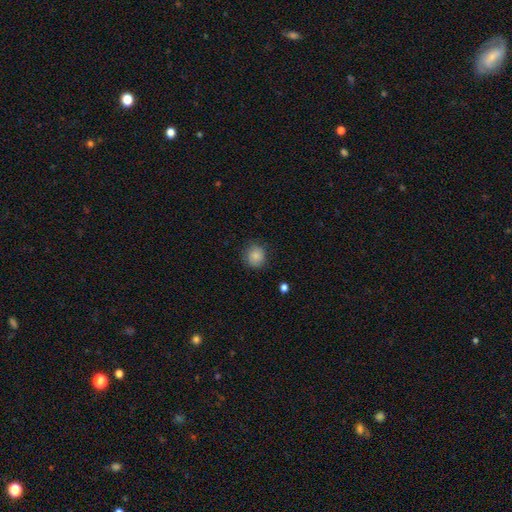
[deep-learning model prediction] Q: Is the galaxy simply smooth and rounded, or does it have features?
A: smooth — 85%.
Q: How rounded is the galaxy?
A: round — 85%.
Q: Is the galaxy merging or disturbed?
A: none — 82%.